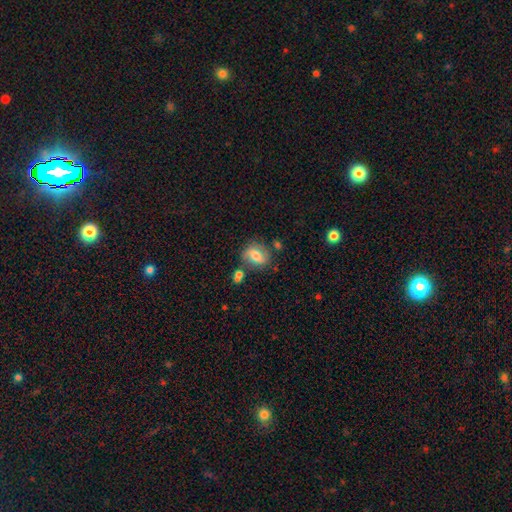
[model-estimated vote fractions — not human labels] Smooth or featured? Predicted: smooth (p=0.59). How rounded? Predicted: in between (p=0.57). Merging? Predicted: none (p=0.64).